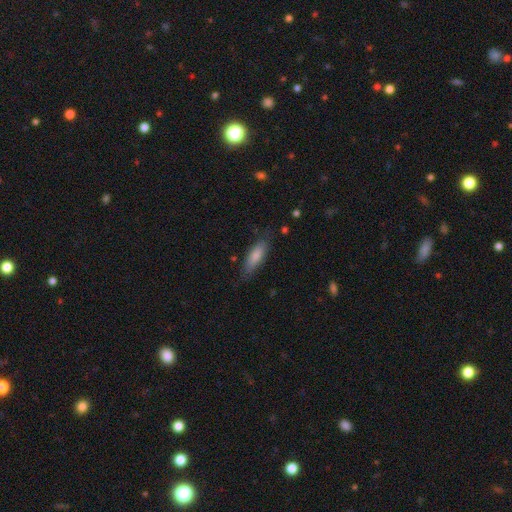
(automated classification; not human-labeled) Overall: smooth (79%). How rounded: in between (52%; cigar-shaped 46%). Merging: none (75%).